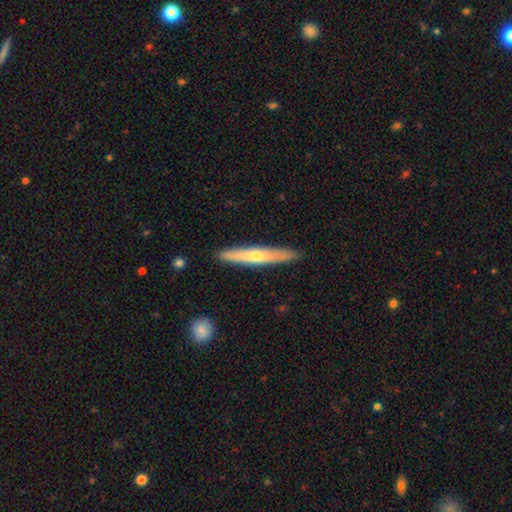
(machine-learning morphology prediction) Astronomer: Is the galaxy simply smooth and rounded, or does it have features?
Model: featured or disk — 50% (runner-up: smooth, 44%).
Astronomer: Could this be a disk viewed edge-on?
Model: yes — 93%.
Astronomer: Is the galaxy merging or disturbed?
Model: none — 91%.